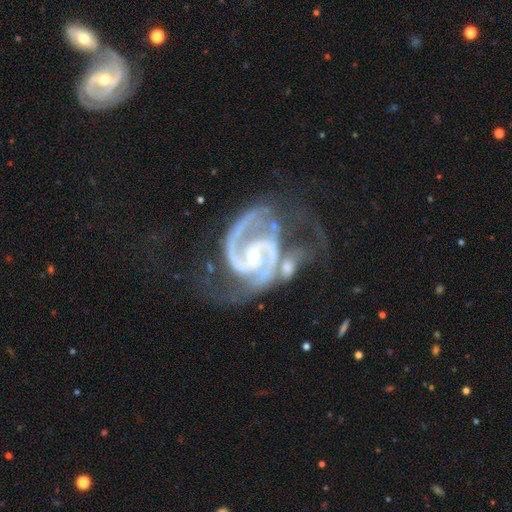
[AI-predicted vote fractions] featured or disk 94%, star or artifact 4%, smooth 2%. Down the decision tree: edge-on disk — no (98%); bar — no (40%, tied with weak); spiral arms — yes (99%); spiral arm count — 2 (87%); spiral winding — medium (55%); bulge size — small (71%); merging — none (33%).